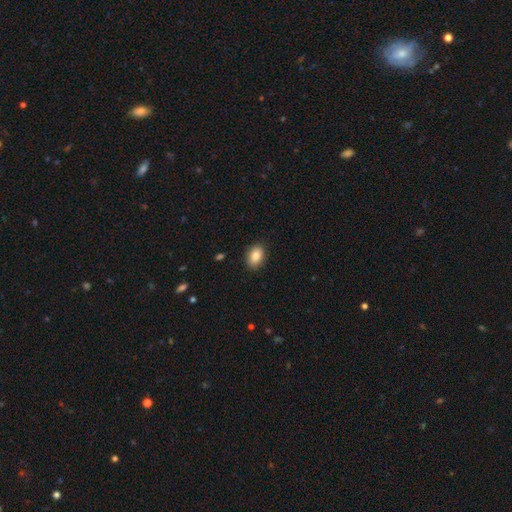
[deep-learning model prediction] Q: Smooth or featured?
A: smooth (87%); runner-up: star or artifact (8%)
Q: How rounded?
A: in between (84%); runner-up: round (15%)
Q: Merging?
A: none (89%); runner-up: minor disturbance (8%)